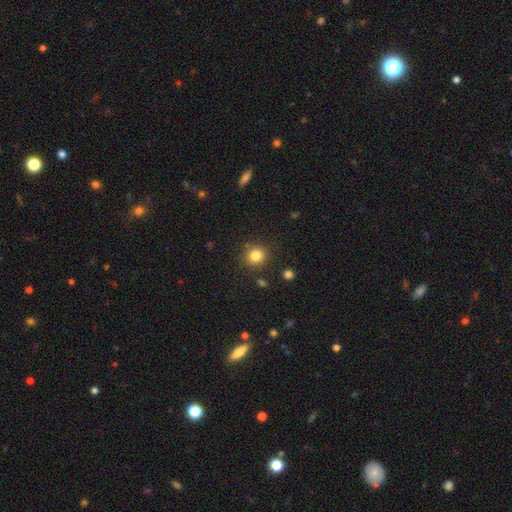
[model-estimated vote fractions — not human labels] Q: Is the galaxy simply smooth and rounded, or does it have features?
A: smooth — 82%.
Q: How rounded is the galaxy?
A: round — 90%.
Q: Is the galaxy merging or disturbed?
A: none — 87%.